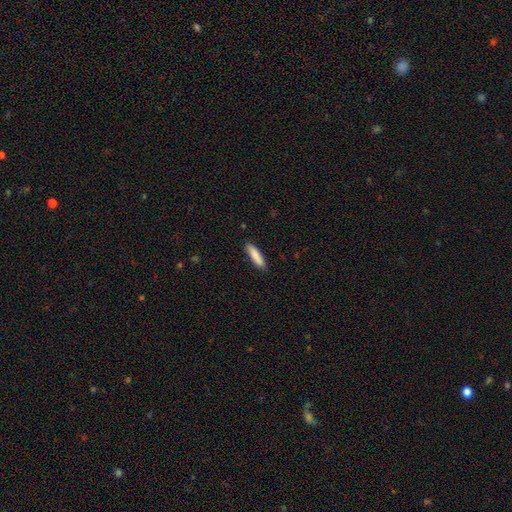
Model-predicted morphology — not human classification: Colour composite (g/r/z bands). It shows a smooth galaxy with no disk features (87%) that is cigar-shaped (73%). Merging: none (88%).